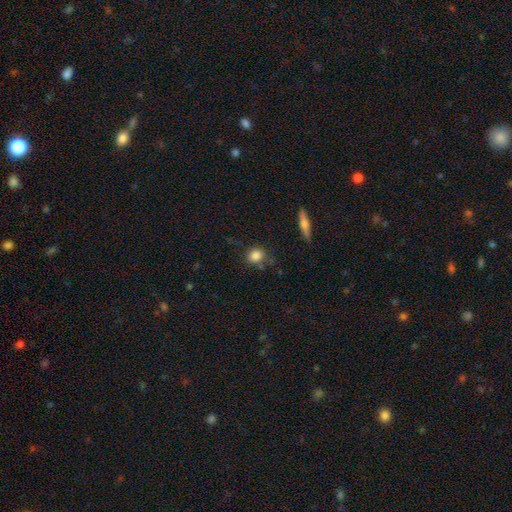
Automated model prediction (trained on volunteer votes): Morphology: type=smooth (84%); roundness=round (70%); merging=none (71%).